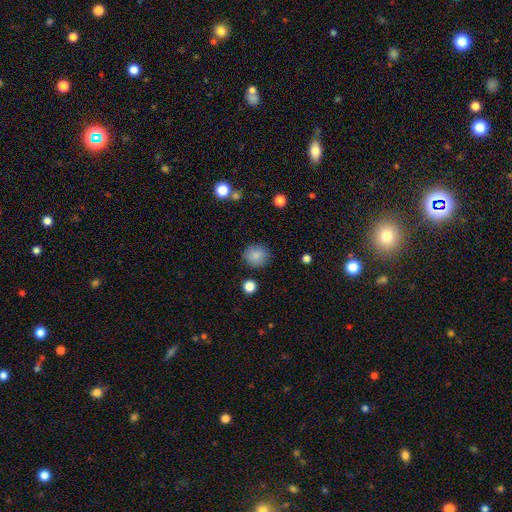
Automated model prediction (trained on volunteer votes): The model was most divided on "how rounded": round: 84%, in between: 15%, cigar-shaped: 1%. More confident: smooth or featured — smooth (87%); merging — none (87%).